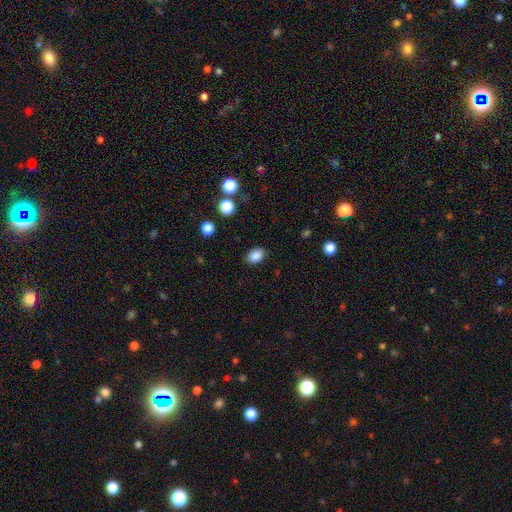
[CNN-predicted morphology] Smooth or featured?
  - smooth: 87% *
  - star or artifact: 9%
  - featured or disk: 4%
How rounded?
  - in between: 78% *
  - round: 21%
  - cigar-shaped: 1%
Merging?
  - none: 85% *
  - minor disturbance: 10%
  - major disturbance: 3%
  - merger: 1%